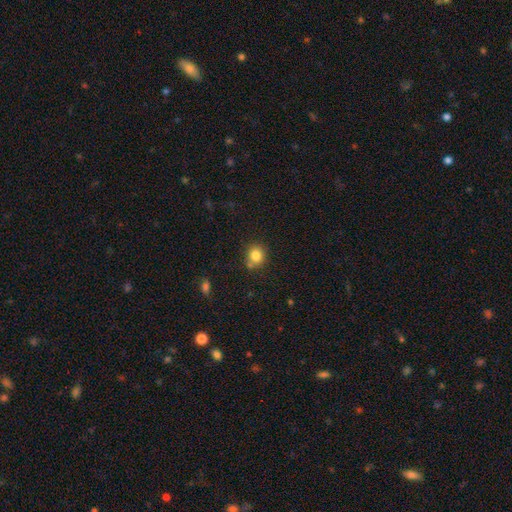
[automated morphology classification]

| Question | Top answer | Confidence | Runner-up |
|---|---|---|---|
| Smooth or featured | smooth | 83% | star or artifact (11%) |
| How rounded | round | 83% | in between (16%) |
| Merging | none | 72% | minor disturbance (13%) |